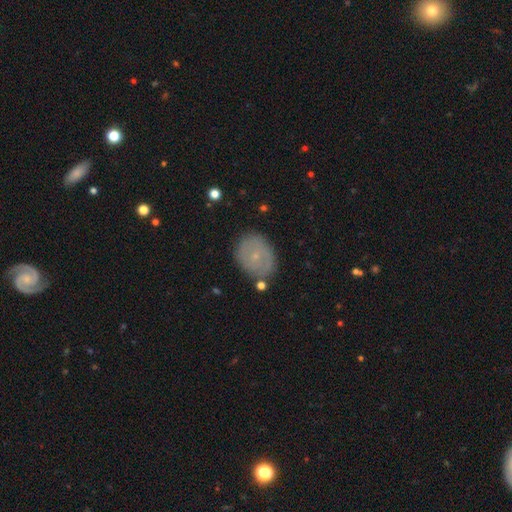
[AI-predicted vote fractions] Smooth or featured?
  - smooth: 51% *
  - featured or disk: 39%
  - star or artifact: 10%
How rounded?
  - in between: 55% *
  - round: 44%
  - cigar-shaped: 1%
Merging?
  - none: 79% *
  - minor disturbance: 14%
  - major disturbance: 4%
  - merger: 3%